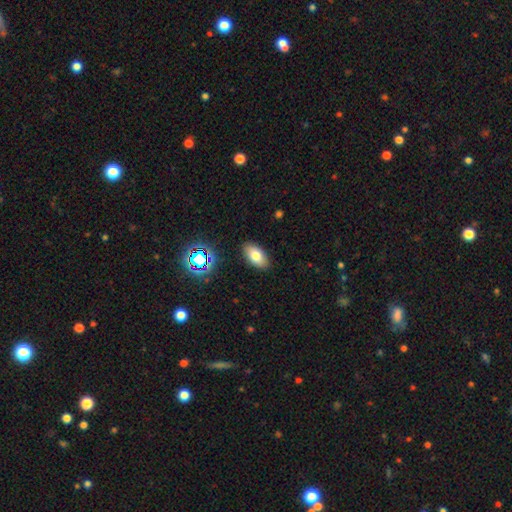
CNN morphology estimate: Q: Smooth or featured?
A: smooth (75%); runner-up: featured or disk (13%)
Q: How rounded?
A: in between (92%); runner-up: round (5%)
Q: Merging?
A: none (88%); runner-up: minor disturbance (9%)